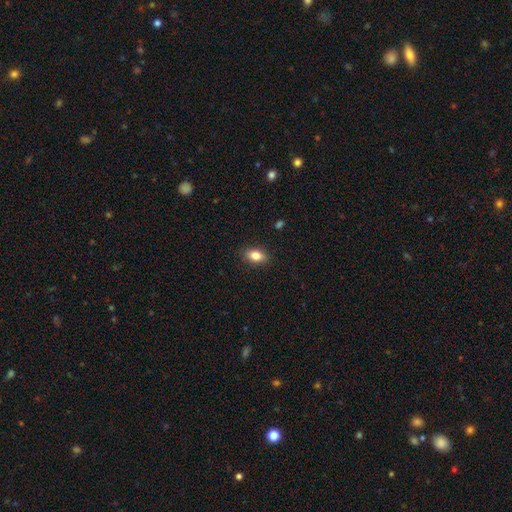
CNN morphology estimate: Smooth or featured? Predicted: smooth (p=0.83). How rounded? Predicted: in between (p=0.85). Merging? Predicted: none (p=0.88).